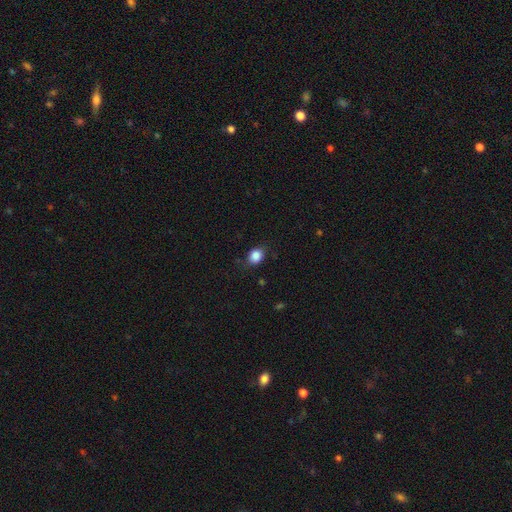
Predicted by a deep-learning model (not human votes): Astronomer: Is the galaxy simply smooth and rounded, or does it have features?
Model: smooth — 86%.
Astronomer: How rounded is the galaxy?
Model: round — 53% (runner-up: in between, 45%).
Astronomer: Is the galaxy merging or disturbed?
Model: none — 78%.